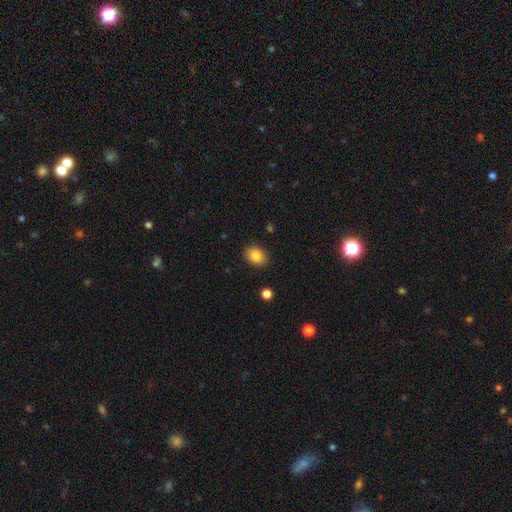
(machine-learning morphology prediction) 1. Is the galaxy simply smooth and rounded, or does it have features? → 86% smooth, 9% star or artifact, 5% featured or disk.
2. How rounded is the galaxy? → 68% in between, 31% round, 1% cigar-shaped.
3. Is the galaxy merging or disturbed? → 88% none, 9% minor disturbance, 2% major disturbance, 1% merger.